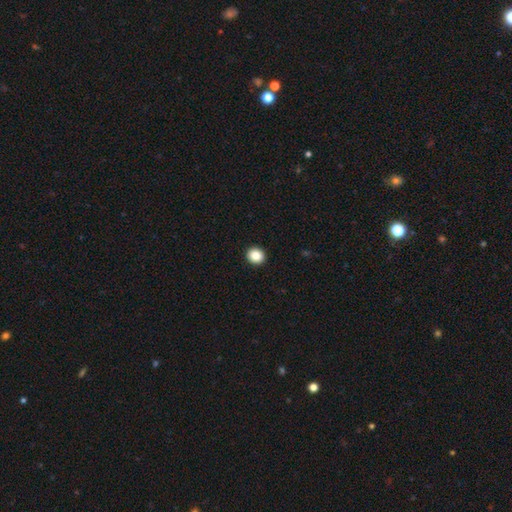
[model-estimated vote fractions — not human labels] A smooth galaxy with no disk features (86%) that is round (86%).

Vote fractions:
- Smooth or featured? smooth: 86% / star or artifact: 10% / featured or disk: 4%
- How rounded? round: 86% / in between: 13% / cigar-shaped: 1%
- Merging? none: 94% / minor disturbance: 4% / major disturbance: 1% / merger: 1%